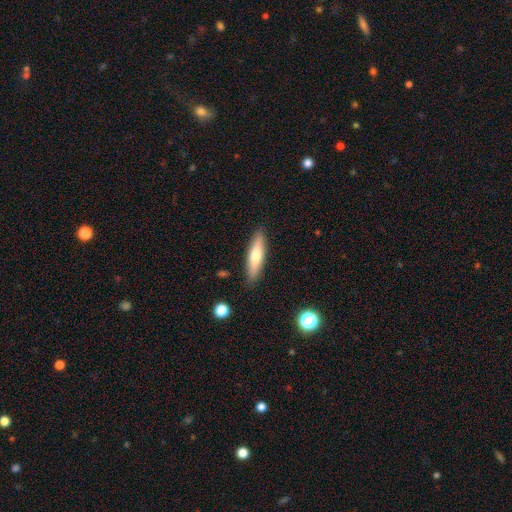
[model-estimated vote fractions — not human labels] Morphology: type=smooth (63%); roundness=cigar-shaped (72%); merging=none (88%).